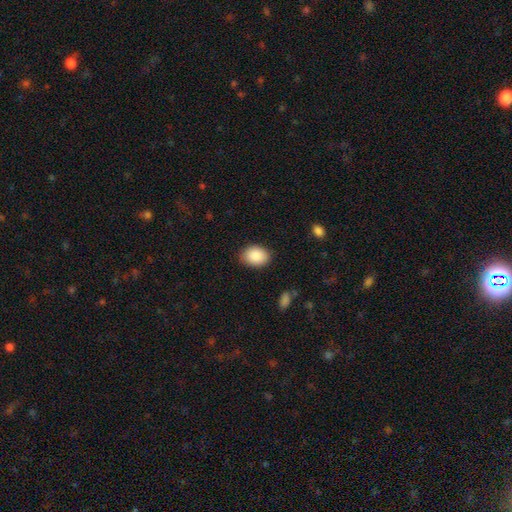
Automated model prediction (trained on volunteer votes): Smooth or featured? Predicted: smooth (p=0.89). How rounded? Predicted: in between (p=0.73). Merging? Predicted: none (p=0.86).